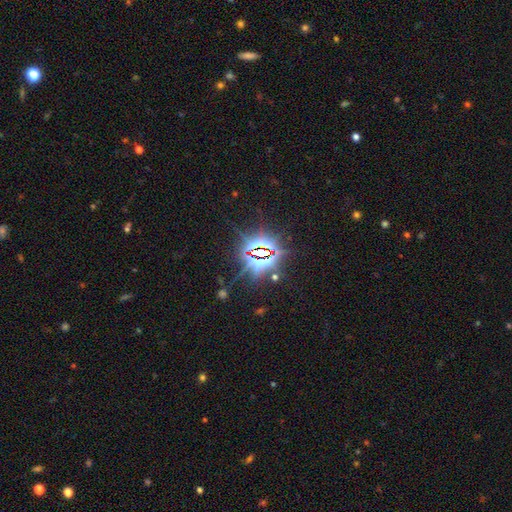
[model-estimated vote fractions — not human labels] star or artifact 84%, smooth 9%, featured or disk 7%.